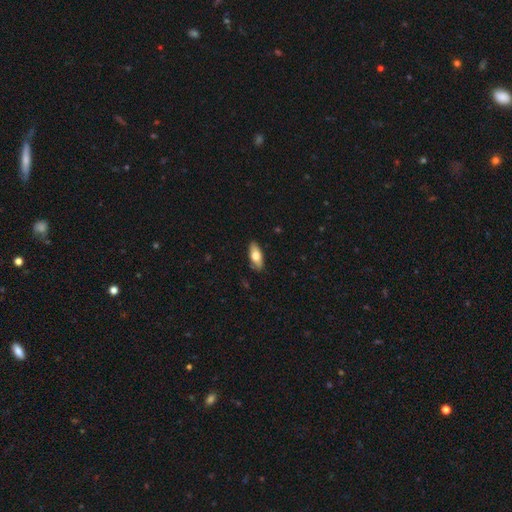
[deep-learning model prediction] smooth 69%, featured or disk 25%, star or artifact 6%. Down the decision tree: how rounded — in between (79%); merging — none (85%).